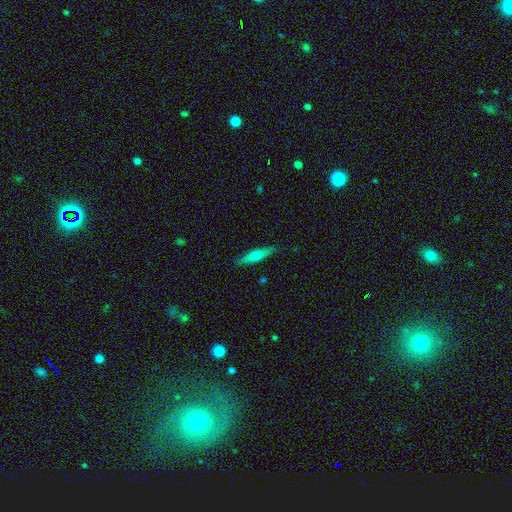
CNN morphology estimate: A smooth galaxy with no disk features (59%) that is cigar-shaped (84%).

Vote fractions:
- Smooth or featured? smooth: 59% / featured or disk: 35% / star or artifact: 6%
- How rounded? cigar-shaped: 84% / in between: 14% / round: 2%
- Merging? none: 87% / minor disturbance: 9% / major disturbance: 2% / merger: 1%